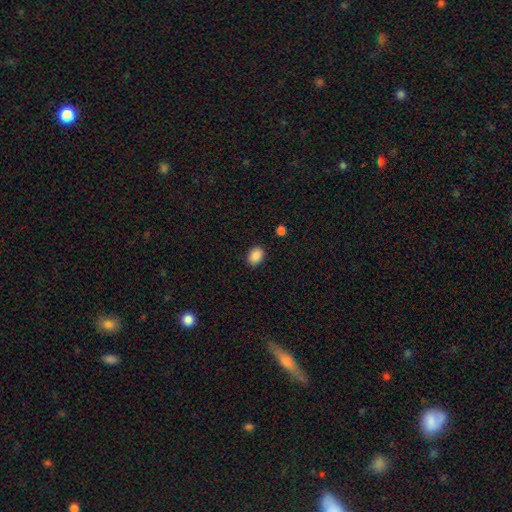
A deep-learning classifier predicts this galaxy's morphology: Smooth or featured?
  - smooth: 88% *
  - star or artifact: 9%
  - featured or disk: 3%
How rounded?
  - in between: 63% *
  - round: 36%
  - cigar-shaped: 1%
Merging?
  - none: 87% *
  - minor disturbance: 9%
  - major disturbance: 2%
  - merger: 2%